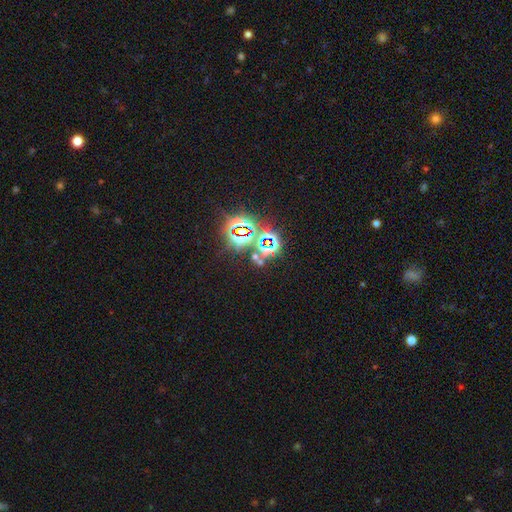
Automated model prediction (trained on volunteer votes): Q: Smooth or featured?
A: star or artifact (79%); runner-up: smooth (12%)